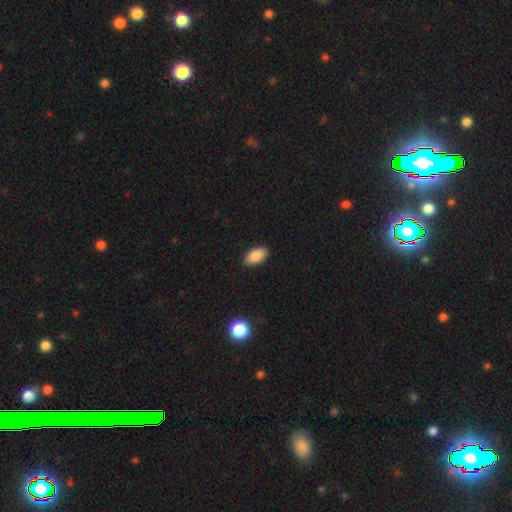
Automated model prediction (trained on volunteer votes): Morphology: type=smooth (88%); roundness=in between (94%); merging=none (89%).